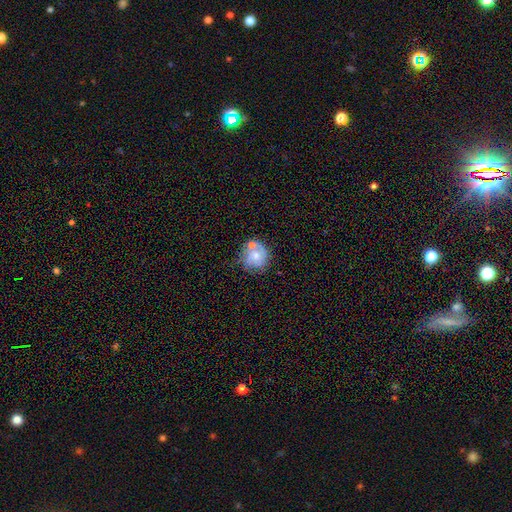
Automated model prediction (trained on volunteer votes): Smooth or featured: featured or disk — 54% (smooth — 38%)
Edge-on disk: no — 98% (yes — 2%)
Bar: no — 78% (weak — 19%)
Spiral arms: yes — 75% (no — 25%)
Bulge size: moderate — 51% (small — 39%)
Merging: none — 50% (minor disturbance — 22%)